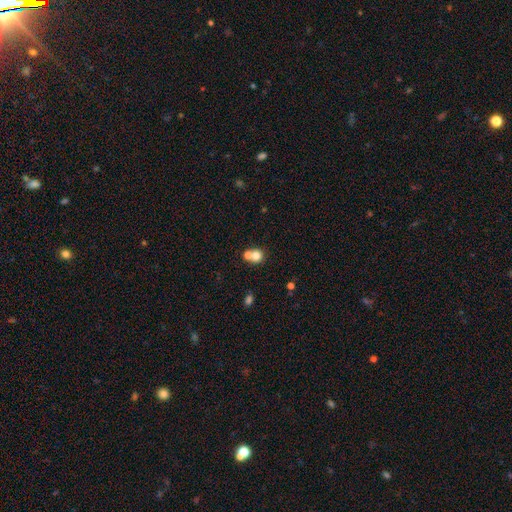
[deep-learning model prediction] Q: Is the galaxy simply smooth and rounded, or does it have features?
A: smooth — 75%.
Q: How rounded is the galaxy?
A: round — 81%.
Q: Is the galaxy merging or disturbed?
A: merger — 49%.